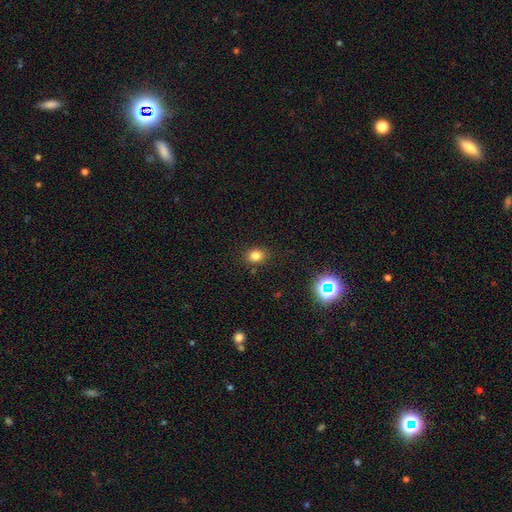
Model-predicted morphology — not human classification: A smooth galaxy with no disk features (80%) that is round (52%).

Vote fractions:
- Smooth or featured? smooth: 80% / star or artifact: 14% / featured or disk: 6%
- How rounded? round: 52% / in between: 47% / cigar-shaped: 1%
- Merging? none: 86% / minor disturbance: 10% / major disturbance: 3% / merger: 2%